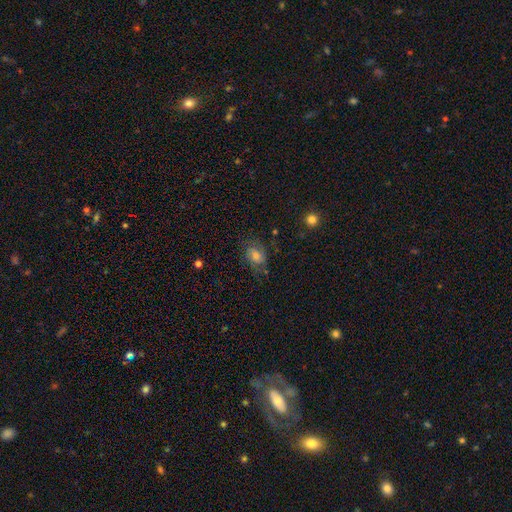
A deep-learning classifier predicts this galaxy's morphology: Q: Smooth or featured?
A: smooth (44%); runner-up: featured or disk (42%)
Q: Merging?
A: none (65%); runner-up: minor disturbance (21%)